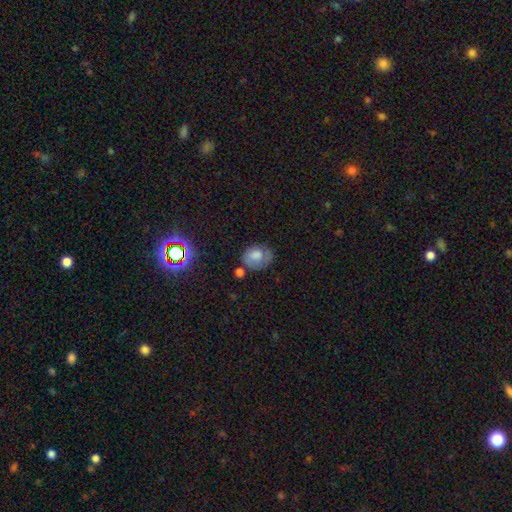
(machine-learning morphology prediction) This is likely a smooth galaxy (66%). How rounded: likely in between (60%). Merging: possibly none (54%).